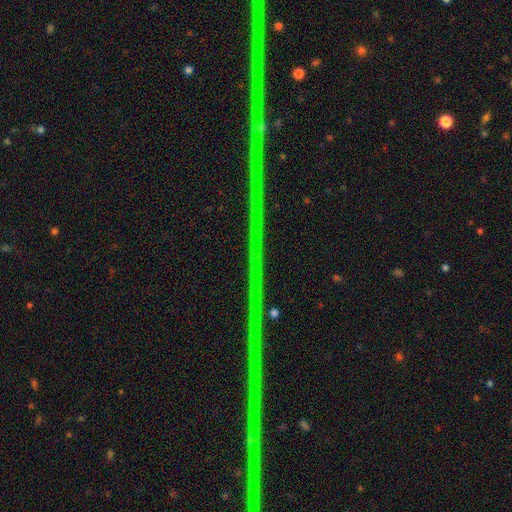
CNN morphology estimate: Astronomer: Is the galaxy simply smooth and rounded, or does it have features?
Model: star or artifact — 89%.